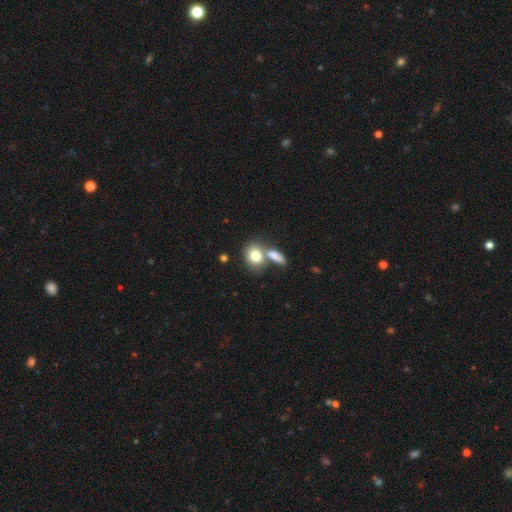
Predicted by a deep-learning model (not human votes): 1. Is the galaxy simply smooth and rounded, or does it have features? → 78% smooth, 14% featured or disk, 8% star or artifact.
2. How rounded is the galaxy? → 56% in between, 42% round, 2% cigar-shaped.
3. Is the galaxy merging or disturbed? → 44% merger, 41% none, 10% minor disturbance, 5% major disturbance.